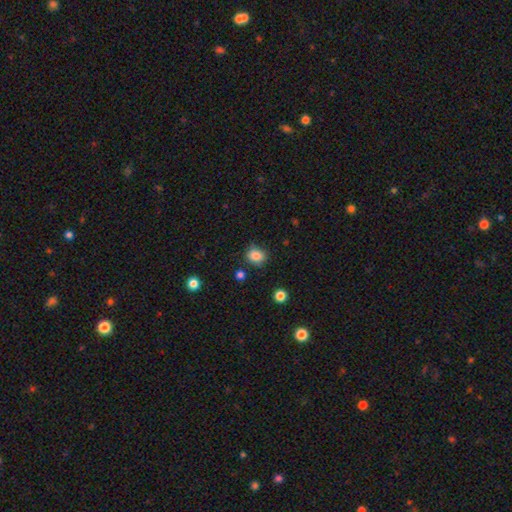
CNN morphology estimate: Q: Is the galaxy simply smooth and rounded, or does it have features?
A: smooth — 84%.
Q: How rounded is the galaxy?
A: round — 62%.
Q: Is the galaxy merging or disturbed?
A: none — 75%.